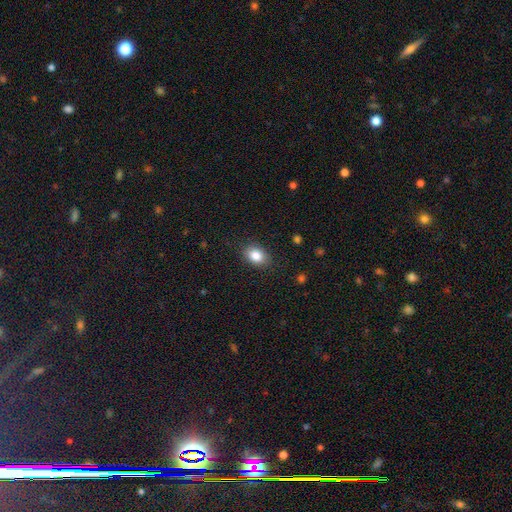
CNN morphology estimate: Smooth or featured? Predicted: smooth (p=0.86). How rounded? Predicted: in between (p=0.77). Merging? Predicted: none (p=0.85).